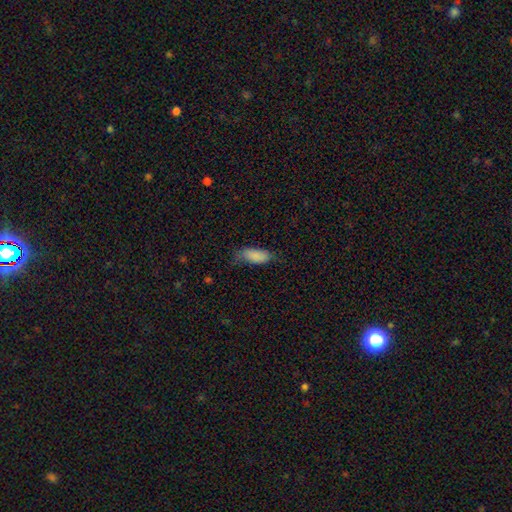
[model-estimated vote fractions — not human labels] smooth_or_featured: smooth (p=0.85) [alt: featured or disk p=0.08]
how_rounded: in between (p=0.85) [alt: cigar-shaped p=0.13]
merging: none (p=0.56) [alt: minor disturbance p=0.31]